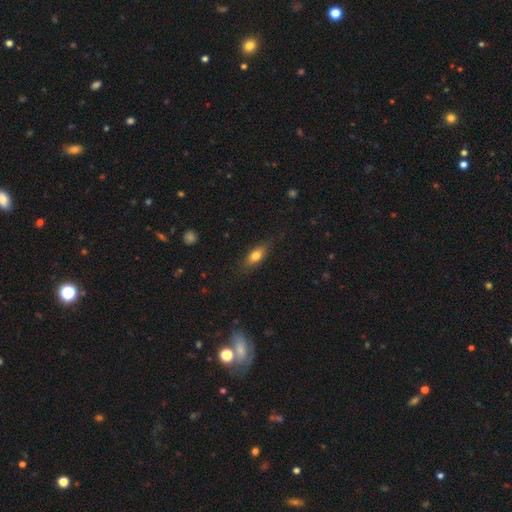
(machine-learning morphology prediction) This appears to be a smooth galaxy with no disk features (73%) that is in between round and cigar-shaped (73%). Merging: none (79%).